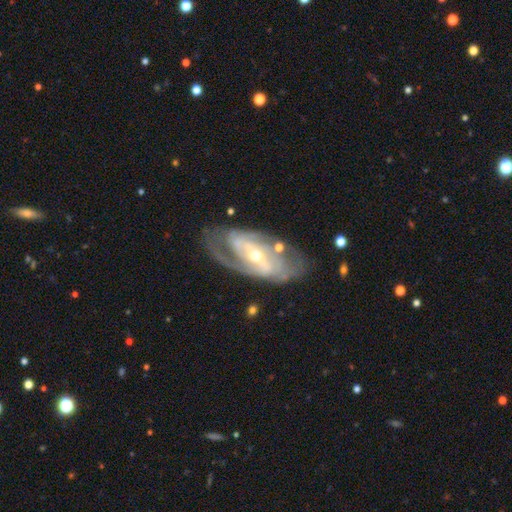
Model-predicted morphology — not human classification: smooth-or-featured: featured or disk: 87% | smooth: 8% | star or artifact: 5%
  disk-edge-on: no: 93% | yes: 7%
    bar: strong: 51% | weak: 33% | no: 16%
    has-spiral-arms: yes: 91% | no: 9%
      spiral-winding: tight: 42% (tied) | medium: 42% (tied) | loose: 16%
      spiral-arm-count: 2: 65% | can't tell: 18% | 3: 8% | 1: 5% | 4: 2% | more than 4: 2%
    bulge-size: small: 53% | moderate: 44% | large: 2% | none: 1% | dominant: 1%
  merging: none: 65% | minor disturbance: 19% | major disturbance: 13% | merger: 3%